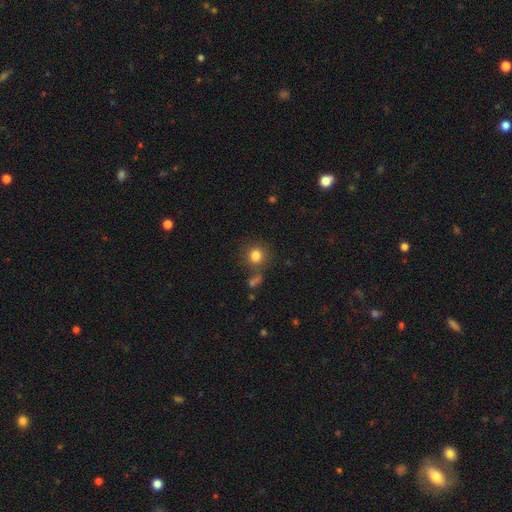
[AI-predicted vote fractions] Morphology: type=smooth (82%); roundness=round (87%); merging=none (76%).